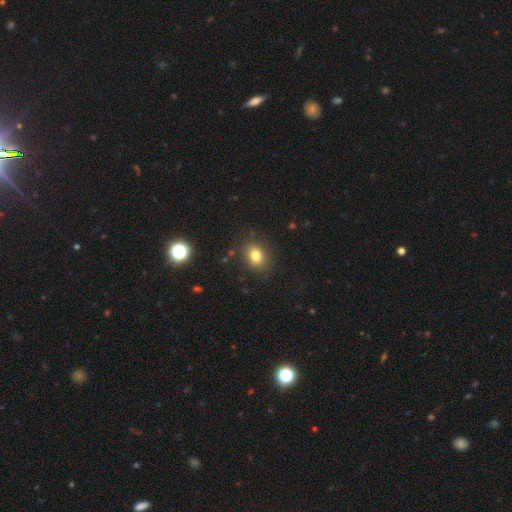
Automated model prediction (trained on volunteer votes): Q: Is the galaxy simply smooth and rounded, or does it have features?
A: smooth — 79%.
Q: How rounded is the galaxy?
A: in between — 51%.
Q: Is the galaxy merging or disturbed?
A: none — 84%.